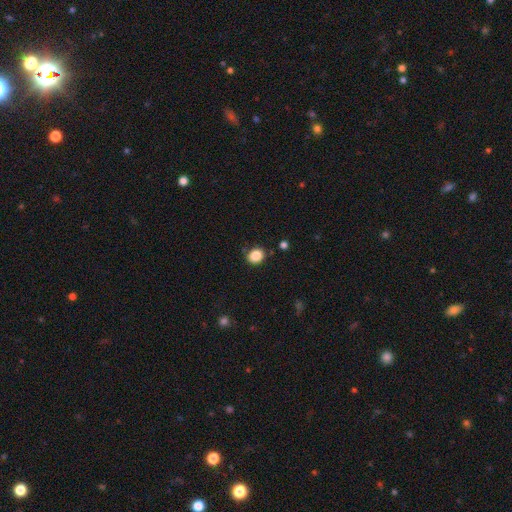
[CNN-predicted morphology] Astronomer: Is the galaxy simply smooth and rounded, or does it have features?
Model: smooth — 86%.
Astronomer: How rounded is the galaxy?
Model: round — 72%.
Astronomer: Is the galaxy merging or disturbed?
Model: none — 84%.